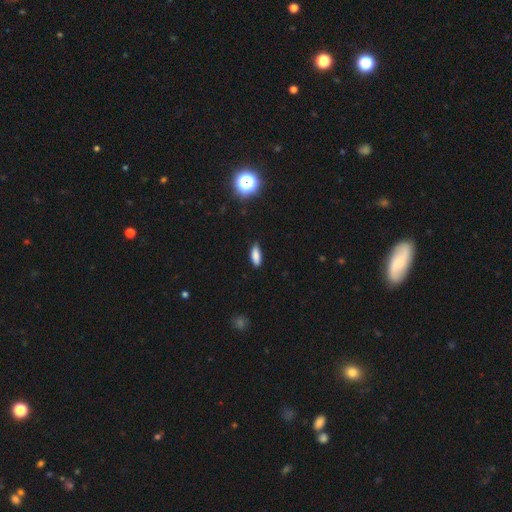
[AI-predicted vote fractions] The model was most divided on "how rounded": in between: 71%, cigar-shaped: 27%, round: 3%. More confident: smooth or featured — smooth (83%); merging — none (79%).